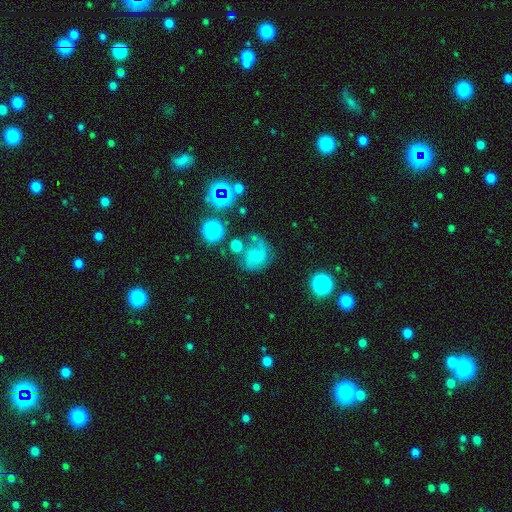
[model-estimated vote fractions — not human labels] Morphology: type=featured or disk (57%); edge-on=no (98%); bar=no (65%); spiral arms=yes (88%); bulge=none (38%); merging=none (44%).